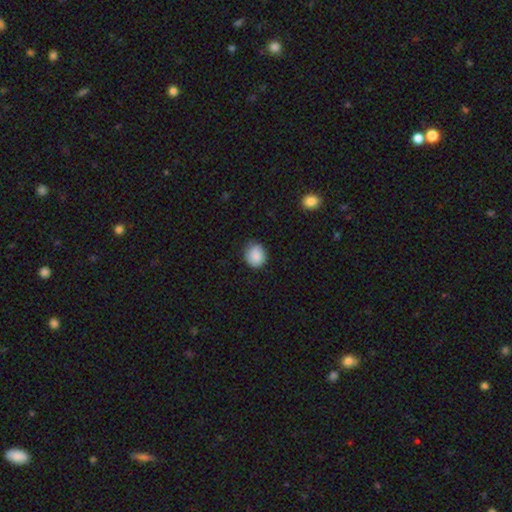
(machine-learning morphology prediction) Q: Smooth or featured?
A: smooth (87%); runner-up: star or artifact (8%)
Q: How rounded?
A: round (76%); runner-up: in between (23%)
Q: Merging?
A: none (77%); runner-up: minor disturbance (19%)